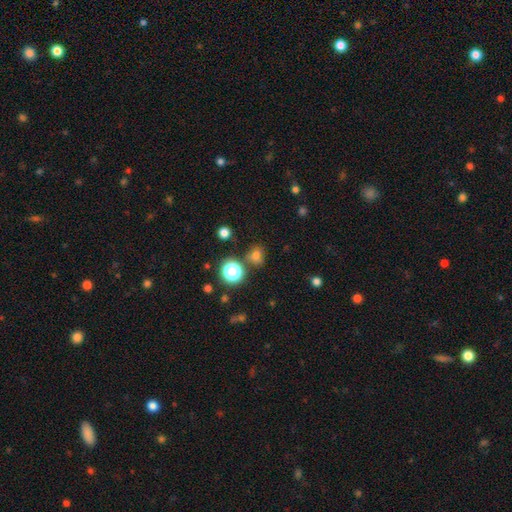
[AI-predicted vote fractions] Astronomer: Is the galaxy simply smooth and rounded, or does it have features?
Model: smooth — 68%.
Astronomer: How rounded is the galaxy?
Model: round — 76%.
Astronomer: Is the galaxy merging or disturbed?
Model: none — 73%.